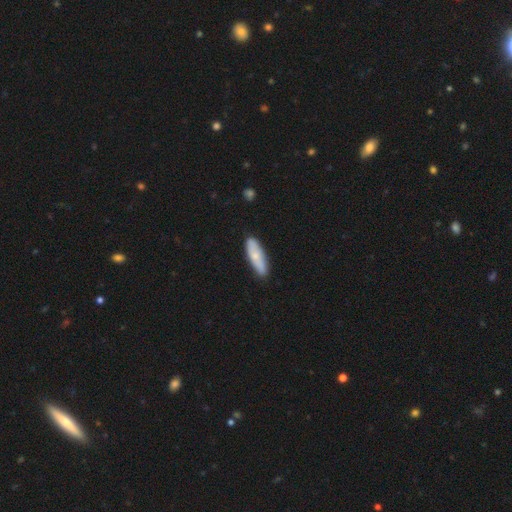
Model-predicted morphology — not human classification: This is likely a smooth galaxy (68%). How rounded: possibly cigar-shaped (51%). Merging: clearly none (84%).